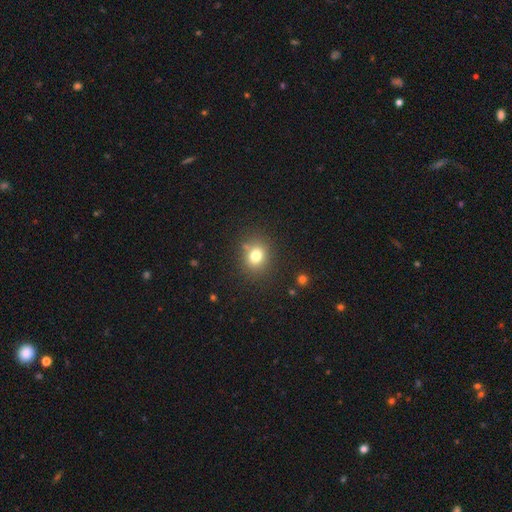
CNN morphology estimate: A smooth galaxy with no disk features (77%) that is round (70%). Merging: none (80%).